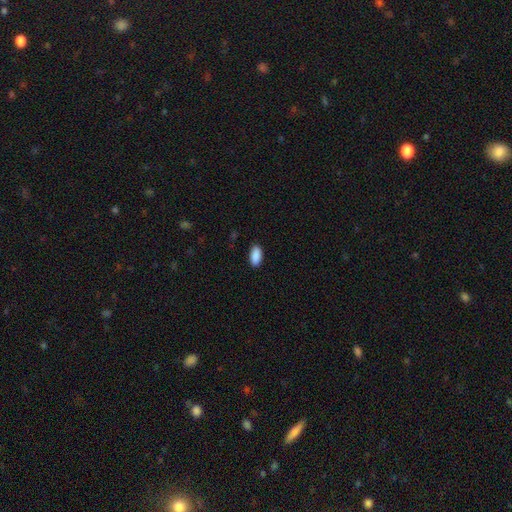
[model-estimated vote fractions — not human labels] The model was most divided on "merging": none: 89%, minor disturbance: 8%, major disturbance: 2%, merger: 1%. More confident: how rounded — in between (92%); smooth or featured — smooth (91%).